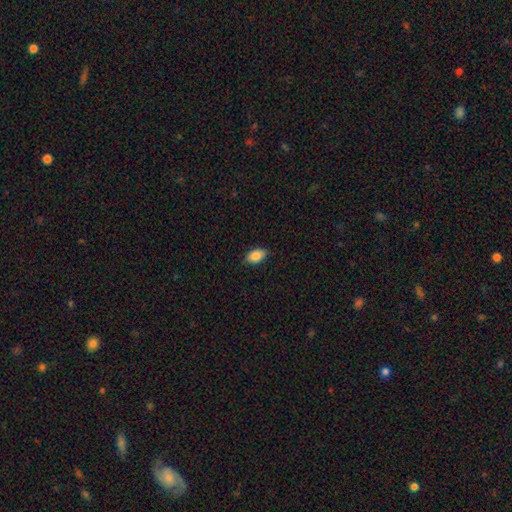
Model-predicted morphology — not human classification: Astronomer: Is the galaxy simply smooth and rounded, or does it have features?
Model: smooth — 86%.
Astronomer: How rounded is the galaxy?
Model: in between — 91%.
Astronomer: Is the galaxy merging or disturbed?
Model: none — 82%.